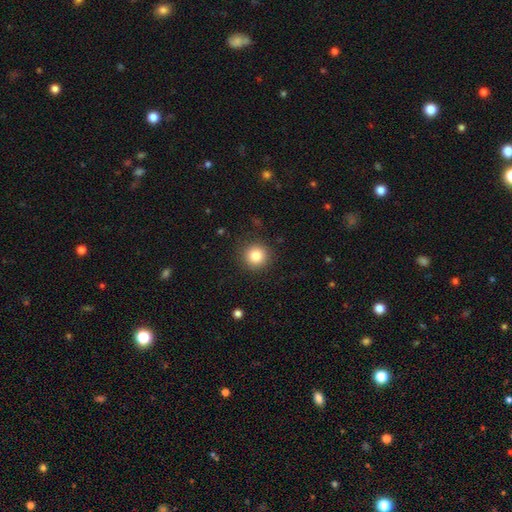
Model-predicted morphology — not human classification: Smooth or featured?
  - smooth: 83% *
  - star or artifact: 10%
  - featured or disk: 6%
How rounded?
  - round: 94% *
  - in between: 5%
  - cigar-shaped: 1%
Merging?
  - none: 90% *
  - minor disturbance: 7%
  - major disturbance: 3%
  - merger: 1%